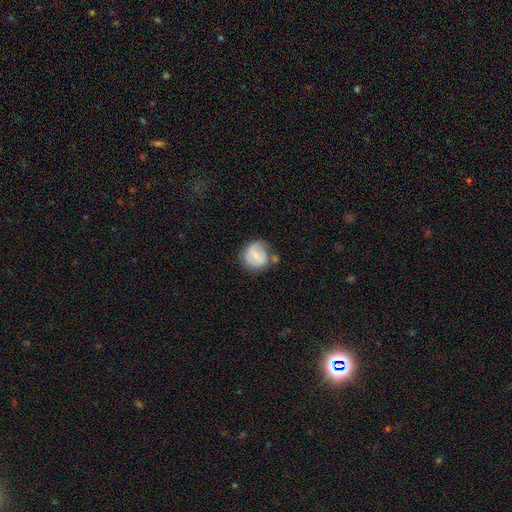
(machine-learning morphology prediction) Smooth or featured?
  - smooth: 60% *
  - featured or disk: 32%
  - star or artifact: 7%
How rounded?
  - round: 84% *
  - in between: 16%
  - cigar-shaped: 1%
Merging?
  - none: 51% *
  - minor disturbance: 27%
  - merger: 11%
  - major disturbance: 11%